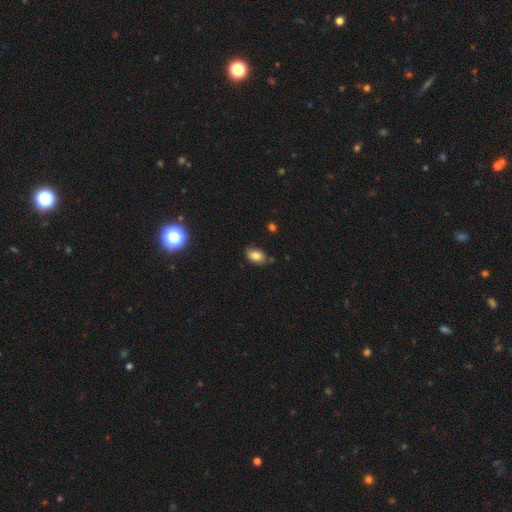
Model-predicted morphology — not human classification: Smooth or featured? Predicted: smooth (p=0.81). How rounded? Predicted: in between (p=0.89). Merging? Predicted: none (p=0.76).